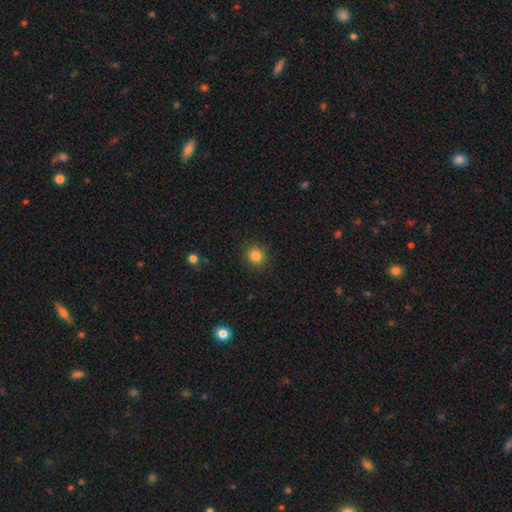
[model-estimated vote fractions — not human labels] The model was most divided on "how rounded": round: 85%, in between: 14%, cigar-shaped: 1%. More confident: merging — none (90%); smooth or featured — smooth (84%).